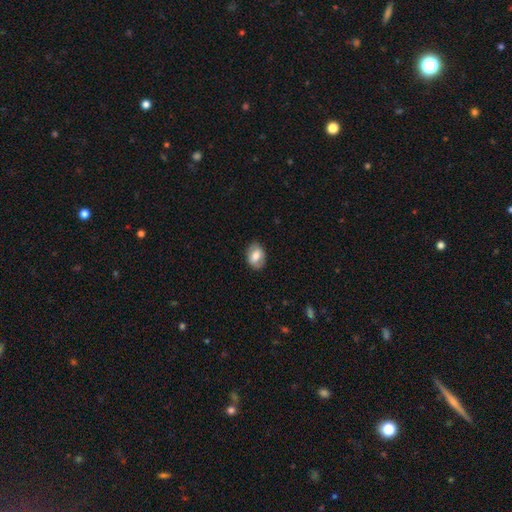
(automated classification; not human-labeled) Smooth or featured? smooth (68%)
How rounded? in between (77%)
Merging? none (82%)